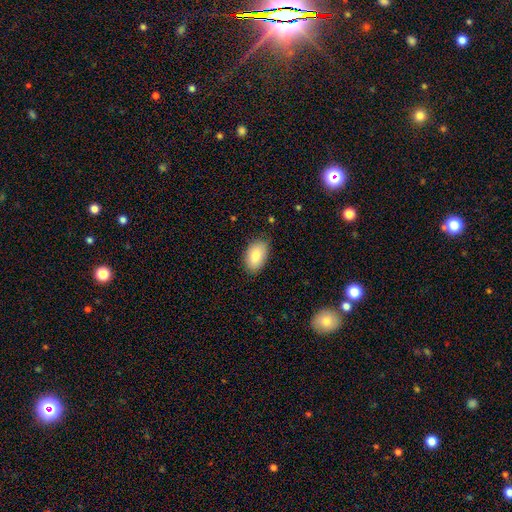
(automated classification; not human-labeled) This is clearly a smooth galaxy (84%). How rounded: clearly in between (92%). Merging: clearly none (83%).